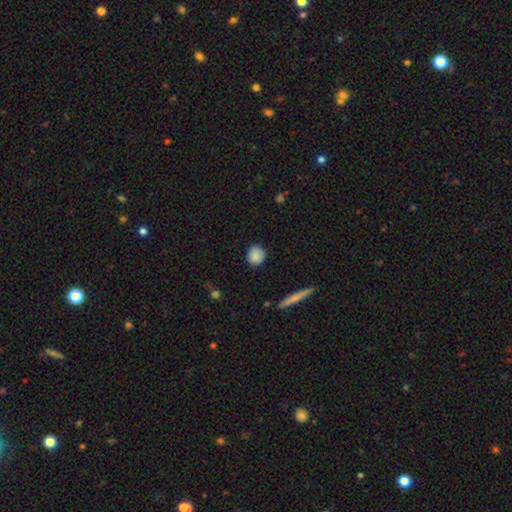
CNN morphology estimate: A smooth galaxy with no disk features (86%) that is round (88%).

Vote fractions:
- Smooth or featured? smooth: 86% / star or artifact: 8% / featured or disk: 6%
- How rounded? round: 88% / in between: 10% / cigar-shaped: 2%
- Merging? none: 87% / minor disturbance: 10% / major disturbance: 2% / merger: 1%